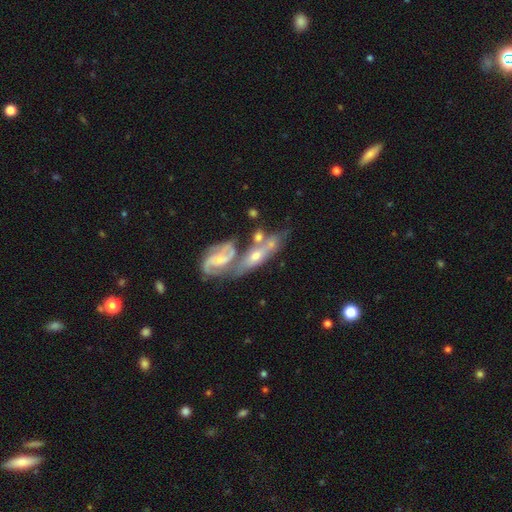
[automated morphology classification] type=featured or disk (75%); edge-on=no (77%); bar=no (57%); spiral arms=yes (79%); bulge=small (48%); merging=merger (51%).